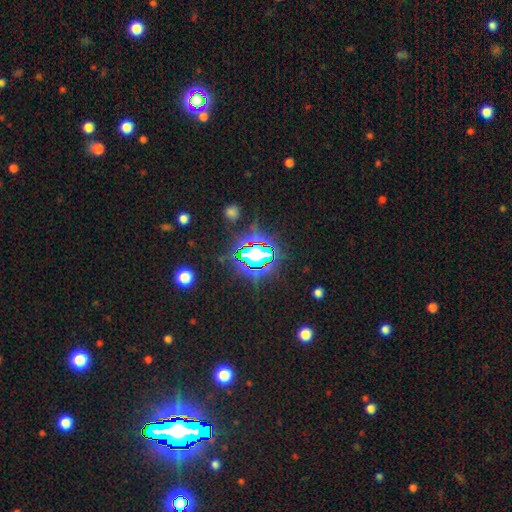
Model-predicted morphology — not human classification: Smooth or featured? star or artifact (84%)